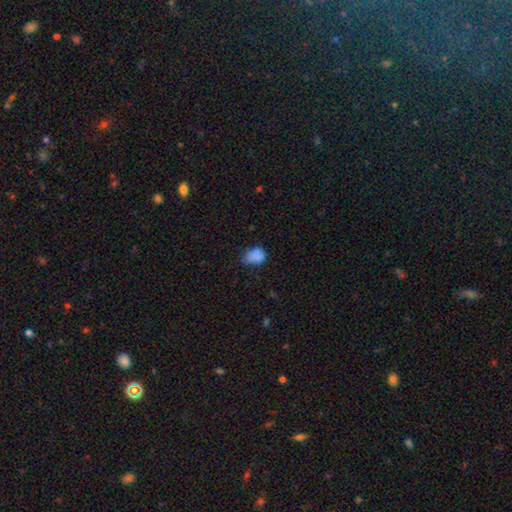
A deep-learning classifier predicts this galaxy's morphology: This is likely a smooth galaxy (79%). How rounded: likely in between (67%). Merging: possibly none (55%).